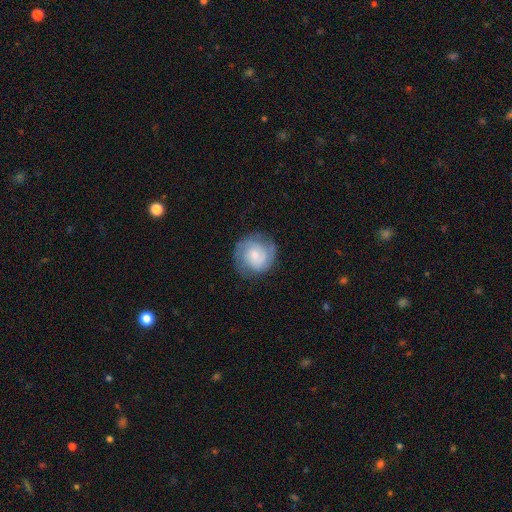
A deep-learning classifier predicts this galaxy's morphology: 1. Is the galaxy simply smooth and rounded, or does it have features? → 62% featured or disk, 32% smooth, 7% star or artifact.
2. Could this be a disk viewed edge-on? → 98% no, 2% yes.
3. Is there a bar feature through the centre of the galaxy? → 66% no, 30% weak, 4% strong.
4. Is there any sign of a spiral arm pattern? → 90% yes, 10% no.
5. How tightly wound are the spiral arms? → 58% tight, 33% medium, 9% loose.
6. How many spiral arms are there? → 55% 2, 24% can't tell, 10% 3, 6% 1, 3% 4, 3% more than 4.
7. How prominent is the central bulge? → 52% small, 36% moderate, 6% none, 5% large, 1% dominant.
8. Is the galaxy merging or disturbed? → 76% none, 16% minor disturbance, 6% major disturbance, 1% merger.